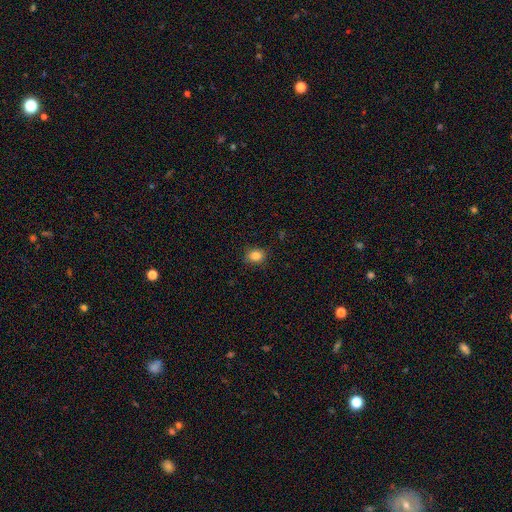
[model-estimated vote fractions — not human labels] Q: Smooth or featured?
A: smooth (84%); runner-up: star or artifact (10%)
Q: How rounded?
A: round (51%); runner-up: in between (47%)
Q: Merging?
A: none (86%); runner-up: minor disturbance (11%)